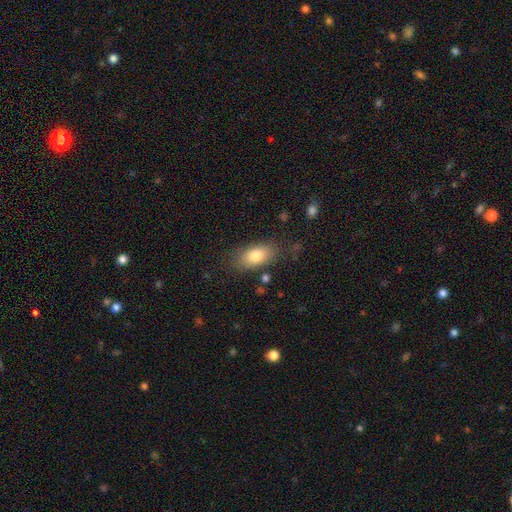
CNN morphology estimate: The model was most divided on "merging": none: 78%, minor disturbance: 14%, major disturbance: 5%, merger: 2%. More confident: how rounded — in between (89%); smooth or featured — smooth (80%).